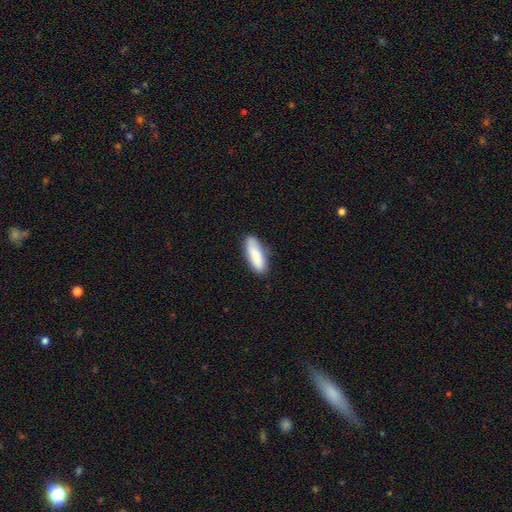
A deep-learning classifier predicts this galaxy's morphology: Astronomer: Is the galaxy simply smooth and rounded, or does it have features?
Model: smooth — 85%.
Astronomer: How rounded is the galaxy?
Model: in between — 55% (runner-up: cigar-shaped, 43%).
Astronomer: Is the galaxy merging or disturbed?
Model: none — 79%.